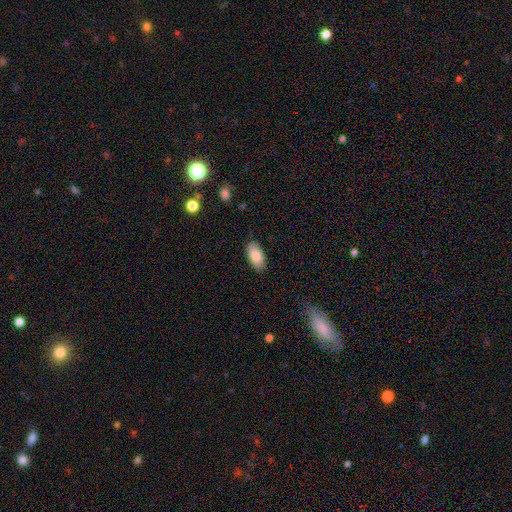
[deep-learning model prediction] Q: Smooth or featured?
A: smooth (85%); runner-up: featured or disk (8%)
Q: How rounded?
A: in between (92%); runner-up: cigar-shaped (5%)
Q: Merging?
A: none (85%); runner-up: minor disturbance (12%)